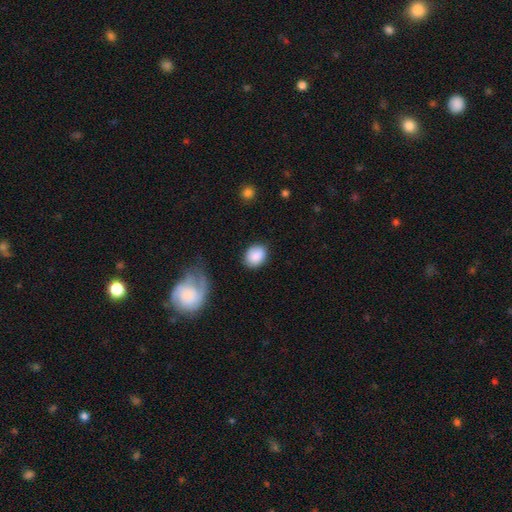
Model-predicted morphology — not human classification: This appears to be a smooth galaxy with no disk features (87%) that is in between round and cigar-shaped (57%). Merging: none (81%).